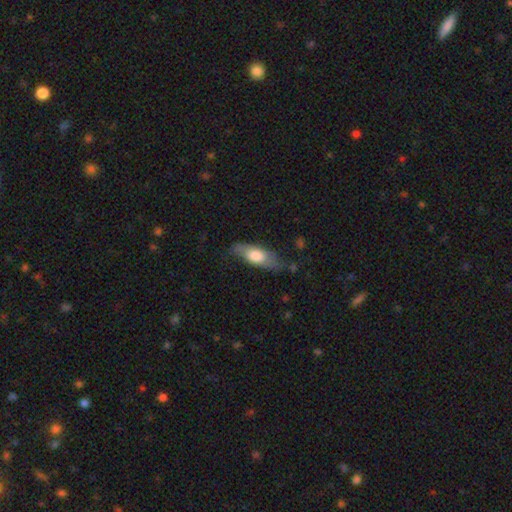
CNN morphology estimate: smooth 67%, featured or disk 27%, star or artifact 6%. Down the decision tree: how rounded — in between (65%); merging — none (68%).